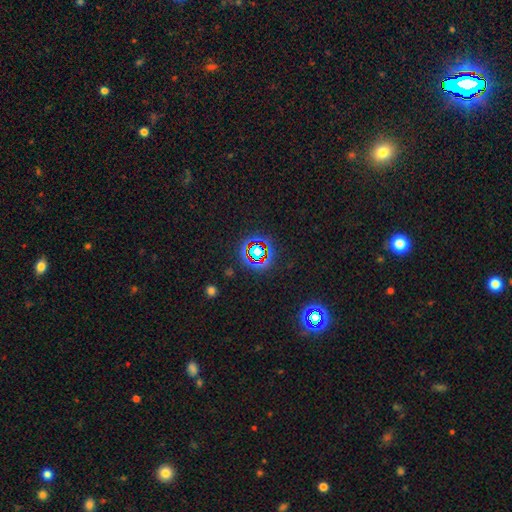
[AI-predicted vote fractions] This appears to be a star or artifact, not a galaxy (73%).